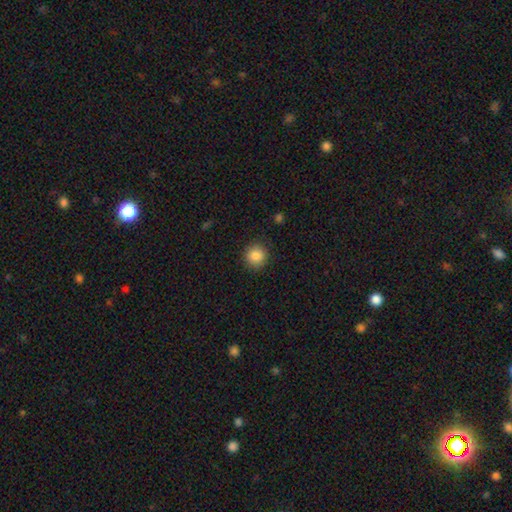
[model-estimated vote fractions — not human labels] Smooth or featured? smooth (86%)
How rounded? round (92%)
Merging? none (89%)